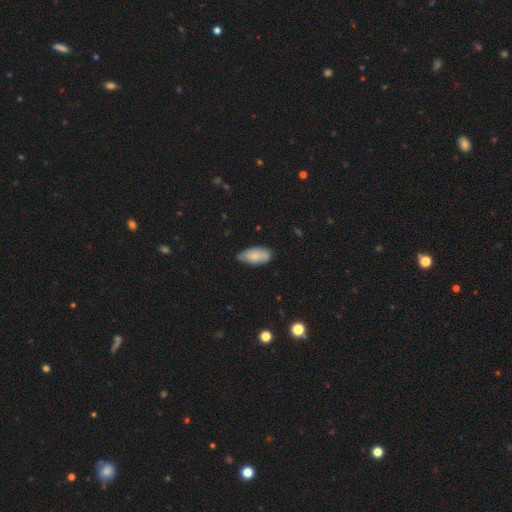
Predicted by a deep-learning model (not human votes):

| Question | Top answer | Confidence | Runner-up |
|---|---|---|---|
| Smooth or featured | smooth | 76% | featured or disk (17%) |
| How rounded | in between | 91% | cigar-shaped (6%) |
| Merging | none | 59% | minor disturbance (34%) |